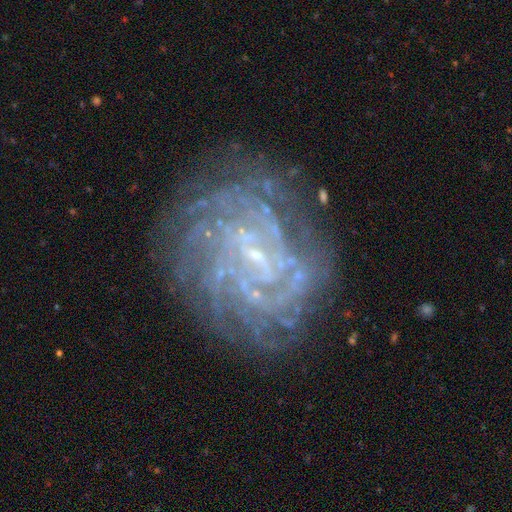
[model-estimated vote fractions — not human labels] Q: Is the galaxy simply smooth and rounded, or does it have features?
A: featured or disk — 84%.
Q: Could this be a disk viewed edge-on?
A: no — 97%.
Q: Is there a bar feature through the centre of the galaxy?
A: weak — 48%.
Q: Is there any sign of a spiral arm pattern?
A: yes — 91%.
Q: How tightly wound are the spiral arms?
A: tight — 73%.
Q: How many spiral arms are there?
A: can't tell — 37%.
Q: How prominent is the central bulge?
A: small — 79%.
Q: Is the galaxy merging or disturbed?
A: none — 76%.